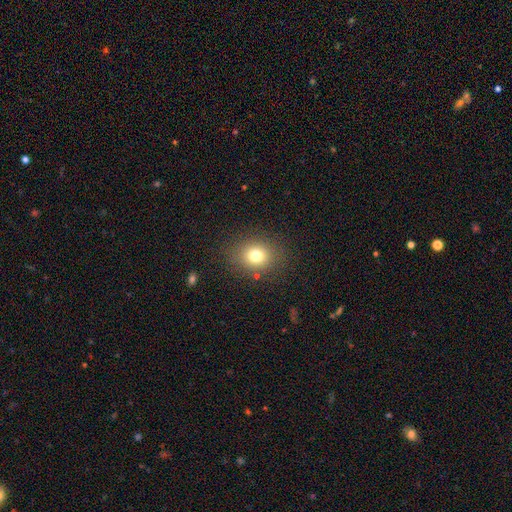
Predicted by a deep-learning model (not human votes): A smooth galaxy with no disk features (76%) that is round (64%). Merging: none (84%).